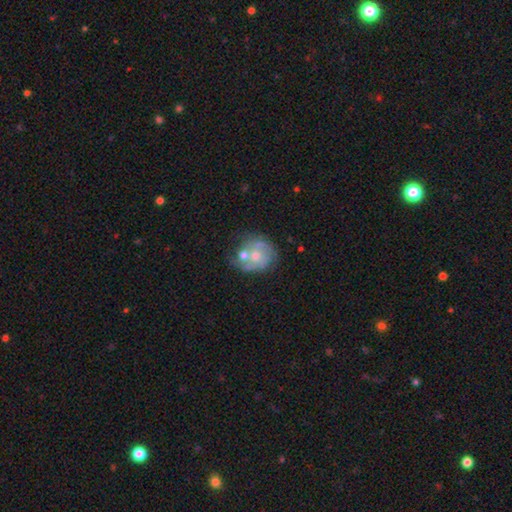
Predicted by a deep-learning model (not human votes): smooth_or_featured: featured or disk (p=0.60) [alt: smooth p=0.32]
disk_edge_on: no (p=0.98) [alt: yes p=0.02]
bar: no (p=0.82) [alt: weak p=0.16]
has_spiral_arms: yes (p=0.50) [tied with: no p=0.50]
bulge_size: moderate (p=0.56) [alt: small p=0.35]
merging: none (p=0.44) [alt: merger p=0.27]